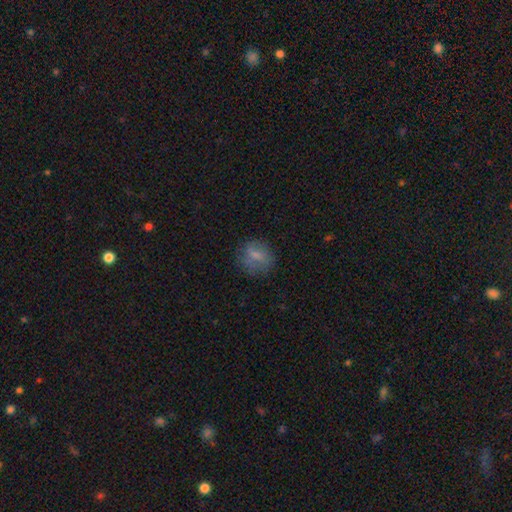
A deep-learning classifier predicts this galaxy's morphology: Smooth or featured: smooth — 70% (featured or disk — 20%)
How rounded: round — 71% (in between — 27%)
Merging: none — 69% (minor disturbance — 19%)